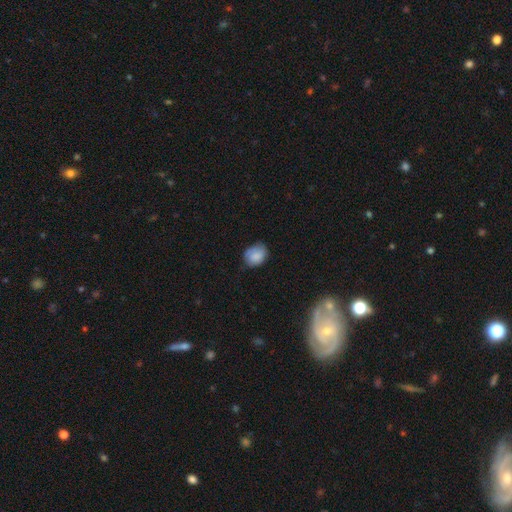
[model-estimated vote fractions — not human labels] This is clearly a smooth galaxy (82%). How rounded: possibly in between (55%). Merging: likely none (65%).